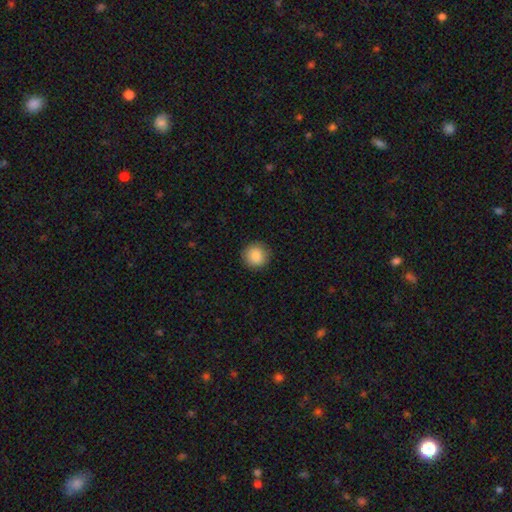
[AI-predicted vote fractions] Q: Smooth or featured?
A: smooth (86%); runner-up: star or artifact (8%)
Q: How rounded?
A: round (94%); runner-up: in between (5%)
Q: Merging?
A: none (90%); runner-up: minor disturbance (7%)